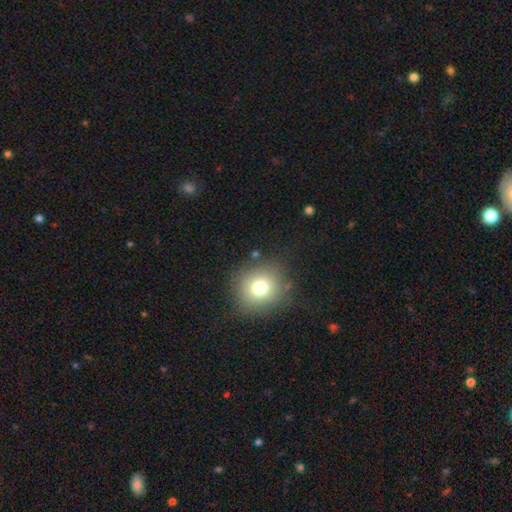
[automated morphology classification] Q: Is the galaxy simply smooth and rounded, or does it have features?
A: smooth — 74%.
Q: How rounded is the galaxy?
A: round — 87%.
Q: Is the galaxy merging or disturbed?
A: none — 84%.